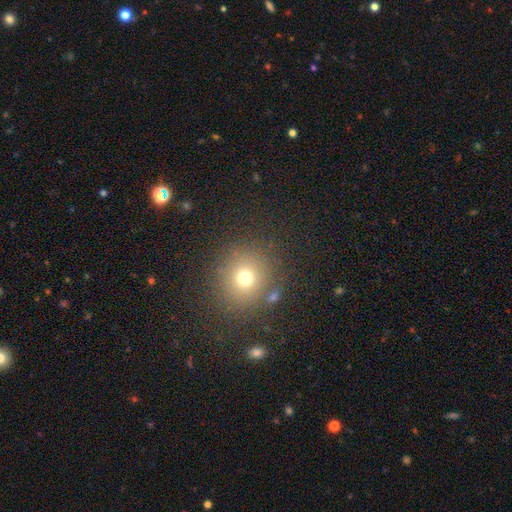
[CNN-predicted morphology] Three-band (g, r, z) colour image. It shows a smooth galaxy with no disk features (60%) that is round (88%). Merging: none (88%).